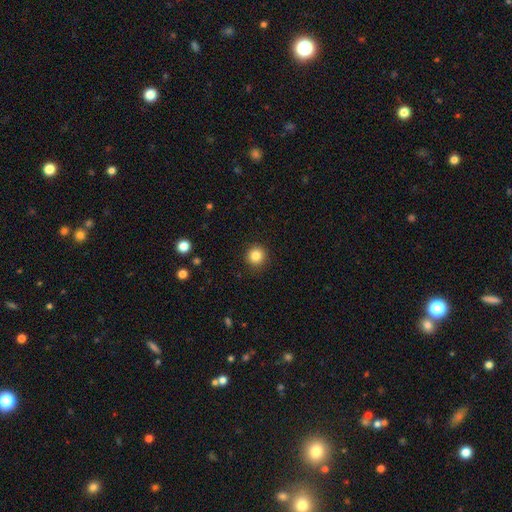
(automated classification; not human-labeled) The model was most divided on "smooth or featured": smooth: 85%, star or artifact: 10%, featured or disk: 5%. More confident: how rounded — round (93%); merging — none (91%).